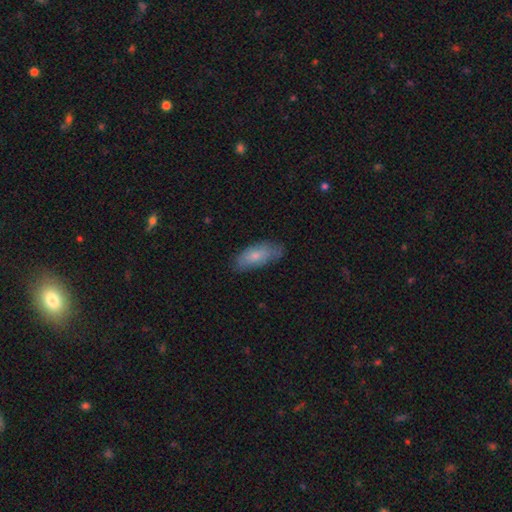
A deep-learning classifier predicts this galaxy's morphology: type=smooth (75%); roundness=in between (83%); merging=none (69%).